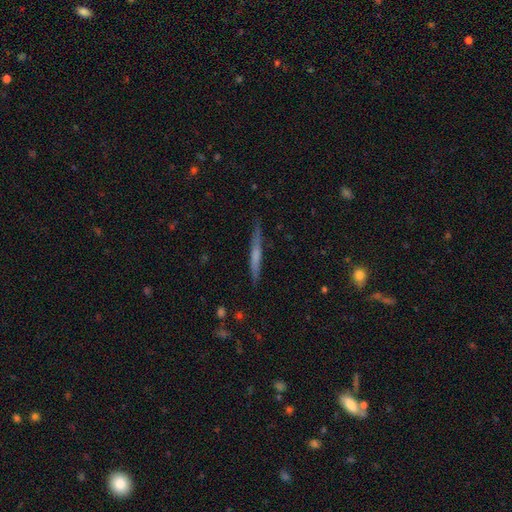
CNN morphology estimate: Overall: featured or disk (47%; smooth 46%). Merging: none (86%).